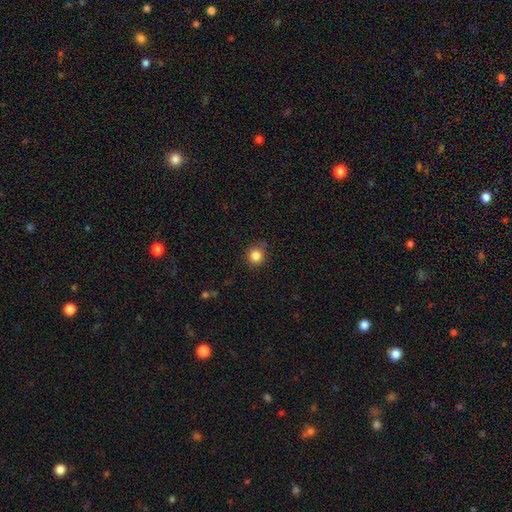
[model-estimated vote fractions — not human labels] smooth 85%, star or artifact 11%, featured or disk 4%. Down the decision tree: how rounded — round (90%); merging — none (77%).